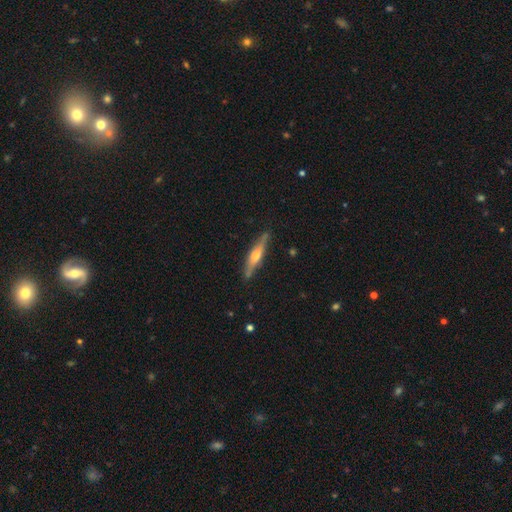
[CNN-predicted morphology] This appears to be a featured or disk galaxy (66%) viewed edge-on (94%) with a rounded central bulge (88%). Merging: none (85%).